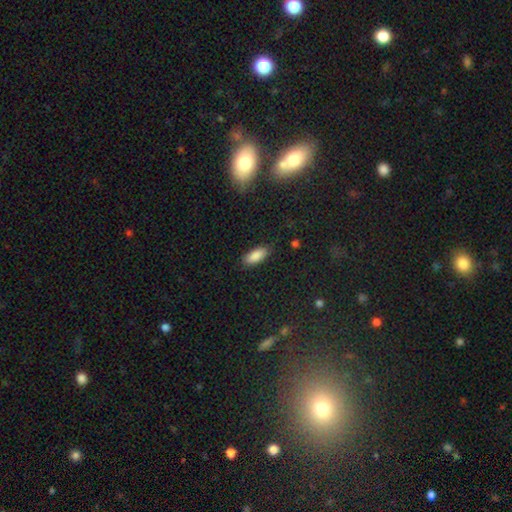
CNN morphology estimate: The model was most divided on "how rounded": in between: 85%, cigar-shaped: 13%, round: 2%. More confident: smooth or featured — smooth (88%); merging — none (86%).